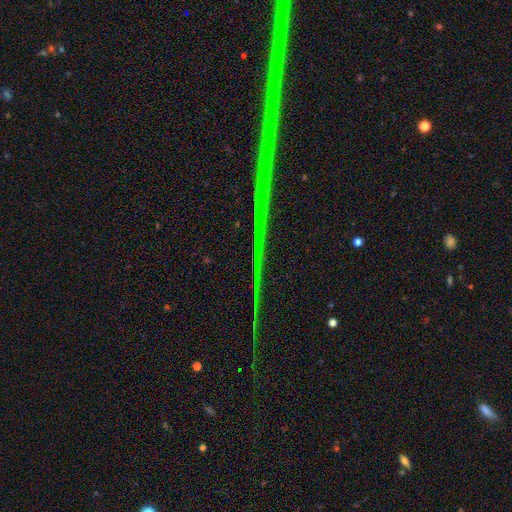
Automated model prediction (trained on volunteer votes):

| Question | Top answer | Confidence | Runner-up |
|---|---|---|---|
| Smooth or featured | star or artifact | 88% | featured or disk (7%) |